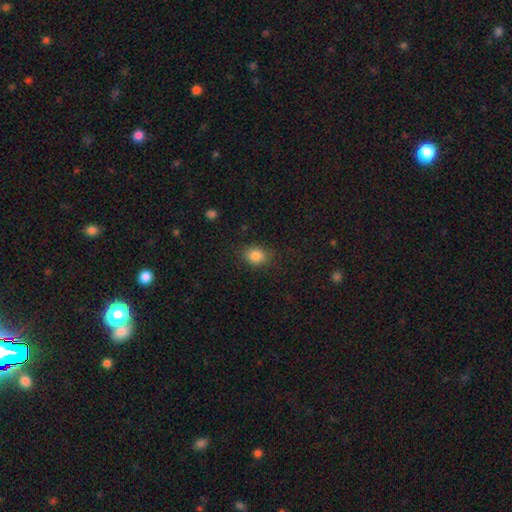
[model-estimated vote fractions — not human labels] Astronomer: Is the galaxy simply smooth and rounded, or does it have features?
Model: smooth — 84%.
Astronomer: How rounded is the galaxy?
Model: round — 52% (runner-up: in between, 47%).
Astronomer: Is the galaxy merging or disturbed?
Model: none — 81%.